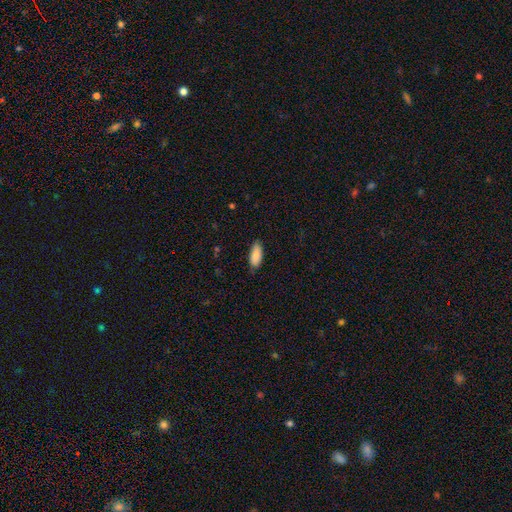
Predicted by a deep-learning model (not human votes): Smooth or featured: smooth — 88% (star or artifact — 6%)
How rounded: in between — 81% (cigar-shaped — 18%)
Merging: none — 80% (minor disturbance — 16%)